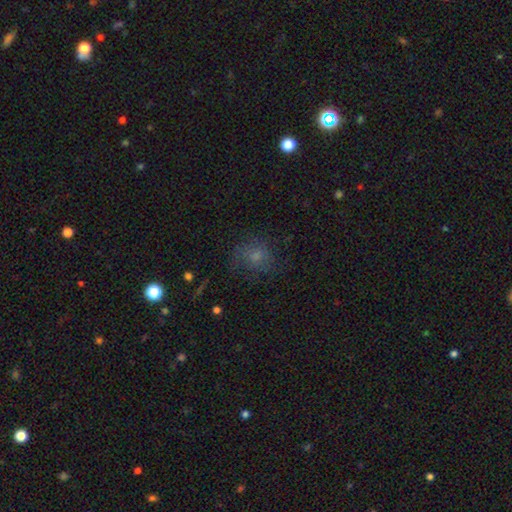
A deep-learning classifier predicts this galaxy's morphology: Q: Smooth or featured?
A: smooth (61%); runner-up: star or artifact (21%)
Q: How rounded?
A: round (72%); runner-up: in between (27%)
Q: Merging?
A: none (65%); runner-up: minor disturbance (21%)